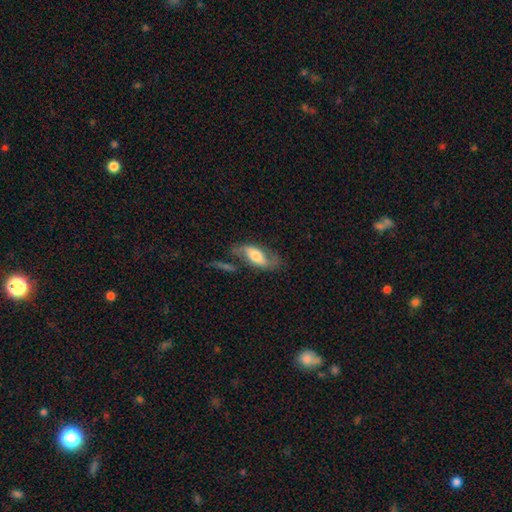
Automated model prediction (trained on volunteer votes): Smooth or featured? Predicted: featured or disk (p=0.52). Edge-on disk? Predicted: no (p=0.83). Merging? Predicted: none (p=0.55).